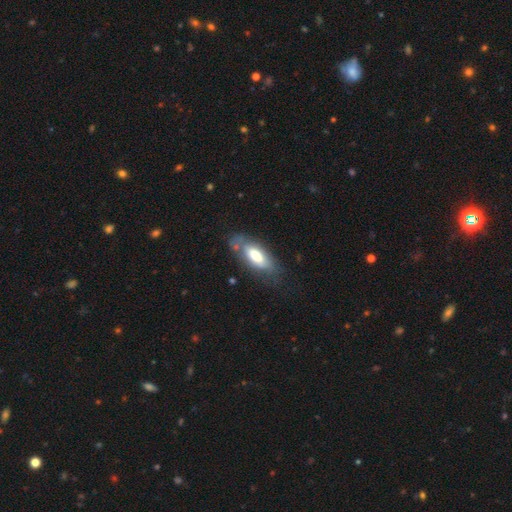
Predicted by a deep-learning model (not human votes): Smooth or featured: smooth — 62% (featured or disk — 31%)
How rounded: in between — 80% (cigar-shaped — 18%)
Merging: none — 62% (minor disturbance — 24%)